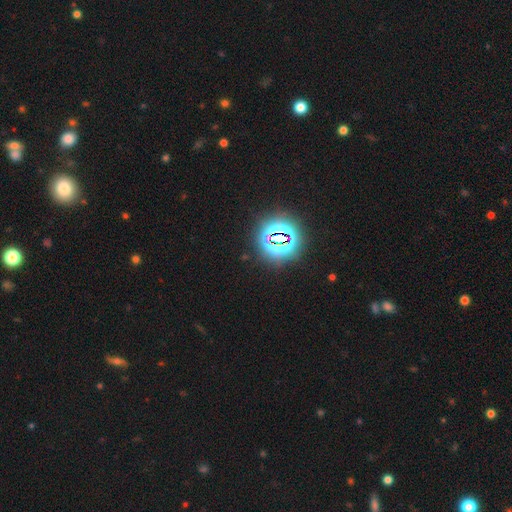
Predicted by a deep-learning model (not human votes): Smooth or featured?
  - star or artifact: 83% *
  - smooth: 11%
  - featured or disk: 7%